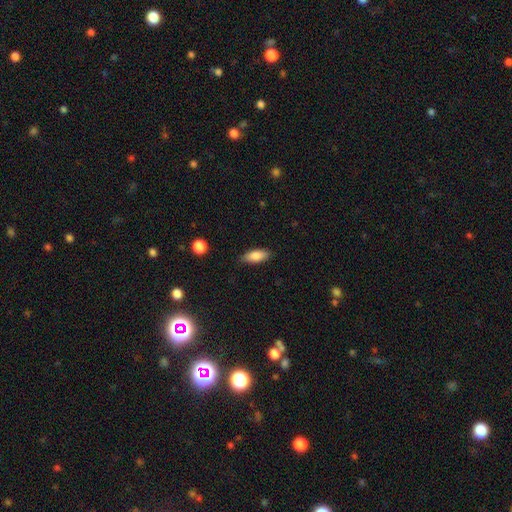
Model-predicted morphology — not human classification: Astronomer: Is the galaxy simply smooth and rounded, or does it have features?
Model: smooth — 83%.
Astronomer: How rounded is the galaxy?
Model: in between — 78%.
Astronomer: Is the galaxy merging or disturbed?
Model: none — 82%.